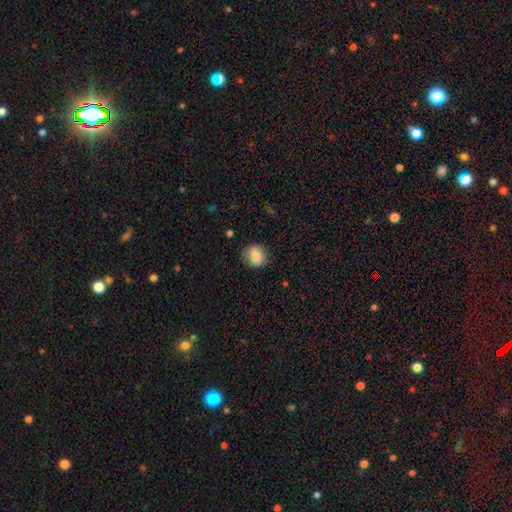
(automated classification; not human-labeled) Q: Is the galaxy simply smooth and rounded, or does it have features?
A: smooth — 81%.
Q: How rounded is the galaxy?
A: round — 77%.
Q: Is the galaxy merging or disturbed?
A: none — 82%.